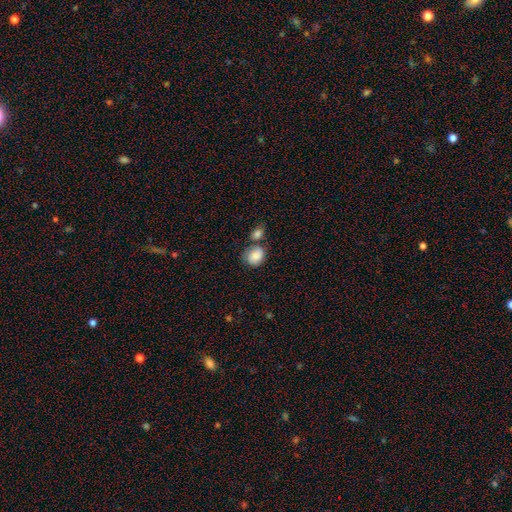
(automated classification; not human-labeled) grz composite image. It shows a smooth galaxy with no disk features (83%) that is round (52%). Merging: none (43%).